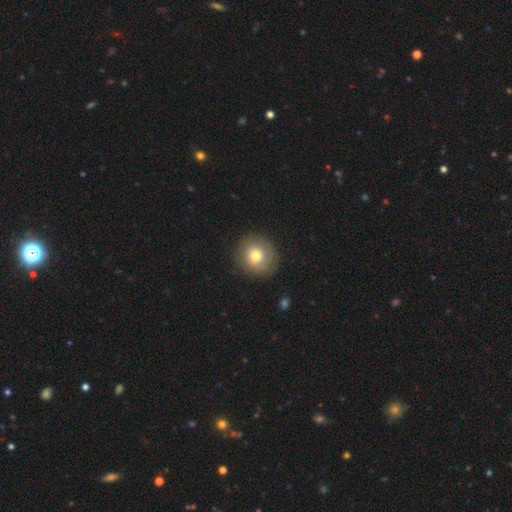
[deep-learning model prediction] smooth_or_featured: smooth (p=0.66) [alt: featured or disk p=0.26]
how_rounded: round (p=0.83) [alt: in between p=0.16]
merging: none (p=0.81) [alt: minor disturbance p=0.13]